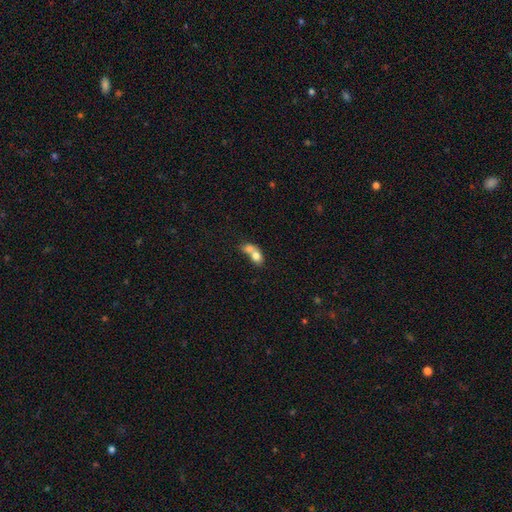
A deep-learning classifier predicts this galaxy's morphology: This is likely a smooth galaxy (72%). How rounded: likely in between (65%). Merging: likely merger (76%).